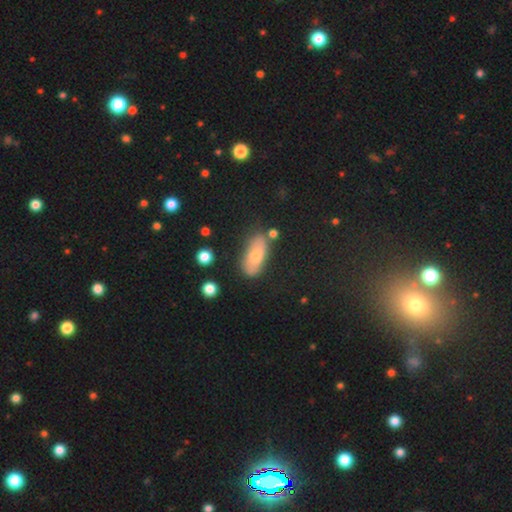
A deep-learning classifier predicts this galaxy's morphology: Smooth or featured? smooth (65%)
How rounded? in between (84%)
Merging? none (72%)